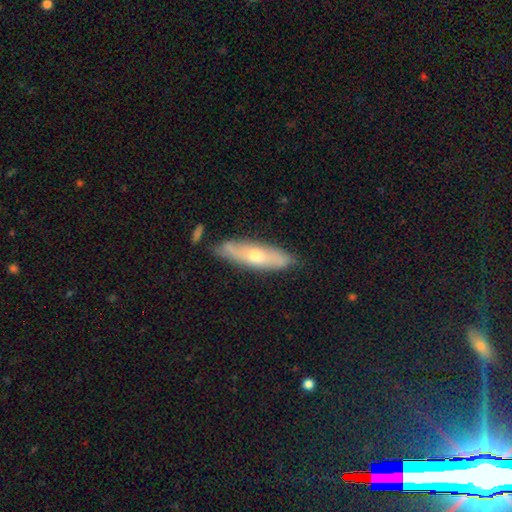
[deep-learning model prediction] Overall: featured or disk (50%; smooth 44%). Merging: none (74%).